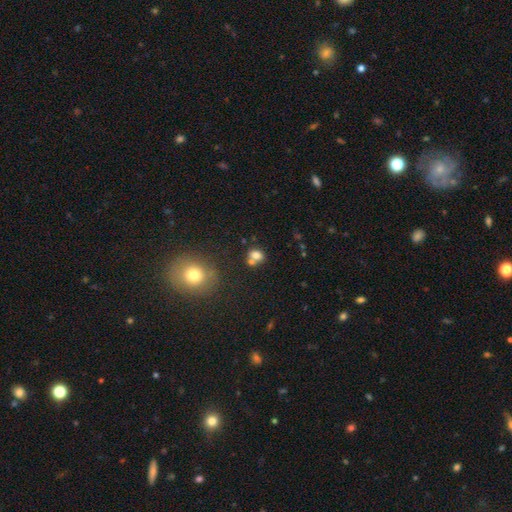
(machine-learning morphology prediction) Smooth or featured? Predicted: smooth (p=0.76). How rounded? Predicted: round (p=0.53). Merging? Predicted: none (p=0.47).